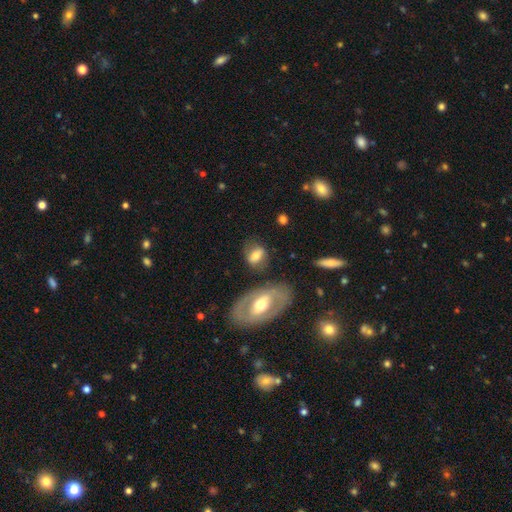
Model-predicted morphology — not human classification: smooth 59%, featured or disk 33%, star or artifact 8%. Down the decision tree: how rounded — in between (68%); merging — none (69%).